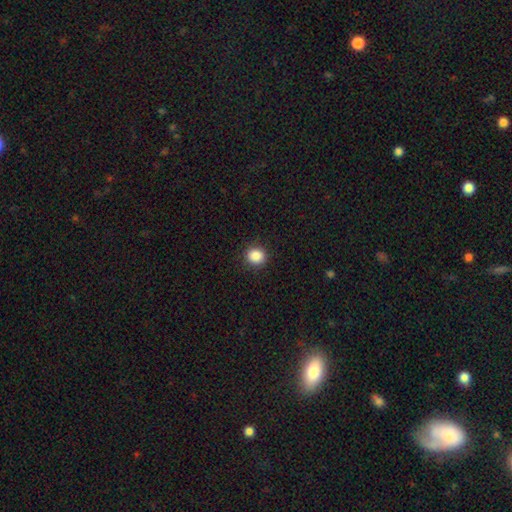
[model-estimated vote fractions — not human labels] Morphology: type=smooth (87%); roundness=round (86%); merging=none (90%).